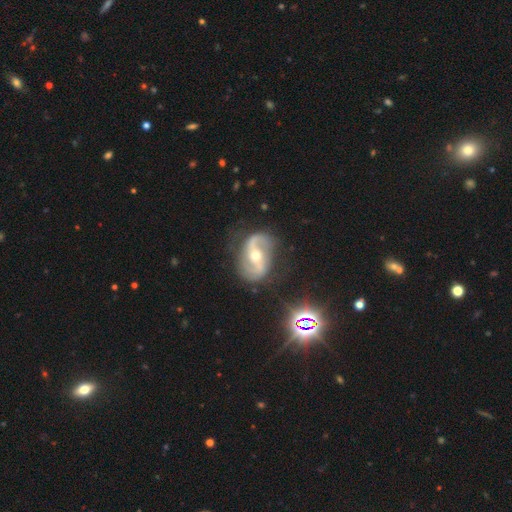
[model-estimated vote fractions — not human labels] Morphology: type=featured or disk (88%); edge-on=no (97%); bar=weak (35%); spiral arms=yes (96%); winding=loose (51%); arm count=2 (92%); bulge=moderate (55%); merging=none (77%).